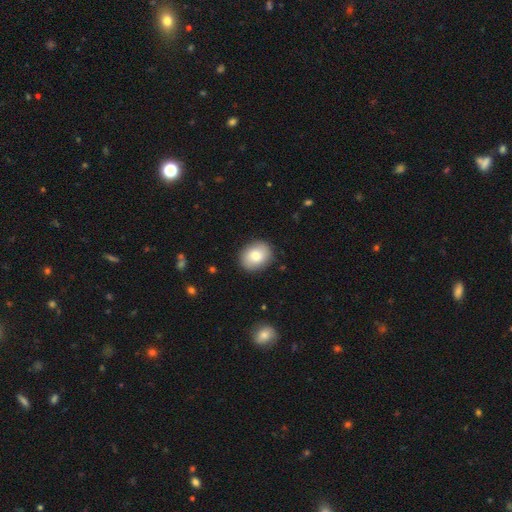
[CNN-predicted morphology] This appears to be a smooth galaxy with no disk features (80%) that is round (52%). Merging: none (88%).